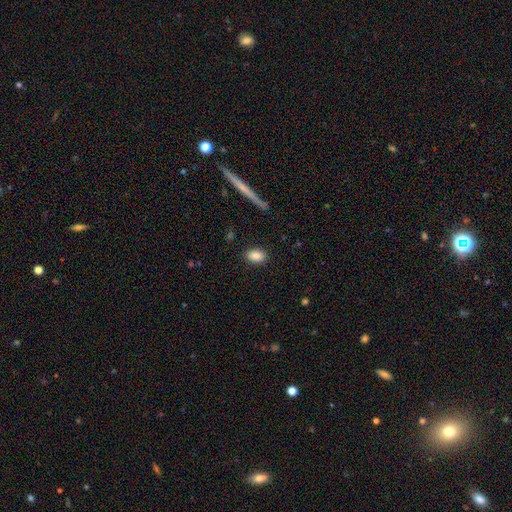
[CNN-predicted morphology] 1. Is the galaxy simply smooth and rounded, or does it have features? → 87% smooth, 8% star or artifact, 6% featured or disk.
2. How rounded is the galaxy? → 85% in between, 12% round, 3% cigar-shaped.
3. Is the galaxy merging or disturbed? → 88% none, 8% minor disturbance, 2% major disturbance, 1% merger.